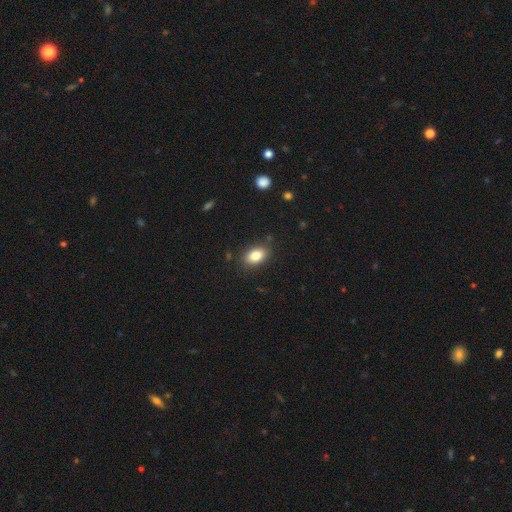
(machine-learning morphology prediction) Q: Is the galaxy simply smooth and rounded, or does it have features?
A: smooth — 83%.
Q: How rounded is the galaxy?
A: in between — 86%.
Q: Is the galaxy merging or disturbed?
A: none — 86%.